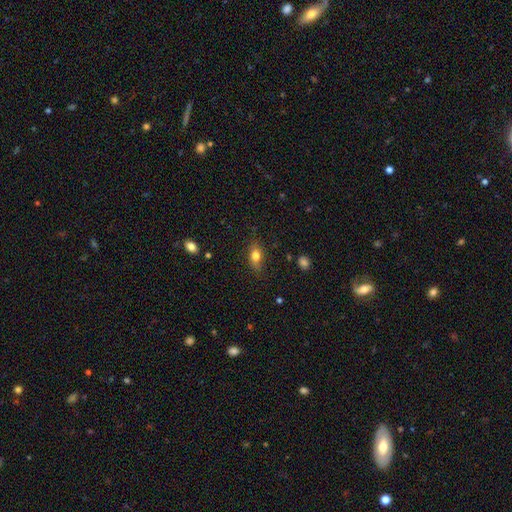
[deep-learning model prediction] Smooth or featured? smooth (77%)
How rounded? in between (77%)
Merging? none (79%)